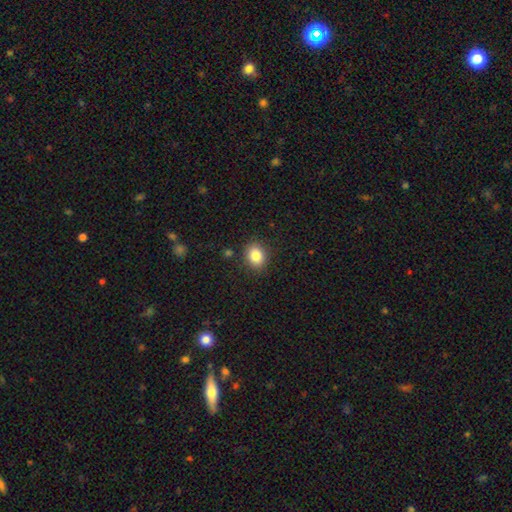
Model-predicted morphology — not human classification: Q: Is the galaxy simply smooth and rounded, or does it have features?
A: smooth — 84%.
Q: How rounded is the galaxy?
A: round — 56%.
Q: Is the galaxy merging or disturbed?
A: none — 87%.